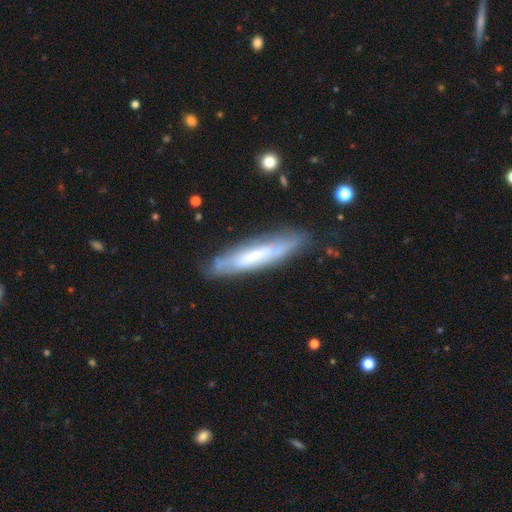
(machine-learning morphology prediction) smooth-or-featured: featured or disk: 53% | smooth: 40% | star or artifact: 7%
  disk-edge-on: yes: 61% | no: 39%
  merging: none: 79% | minor disturbance: 16% | major disturbance: 4% | merger: 2%